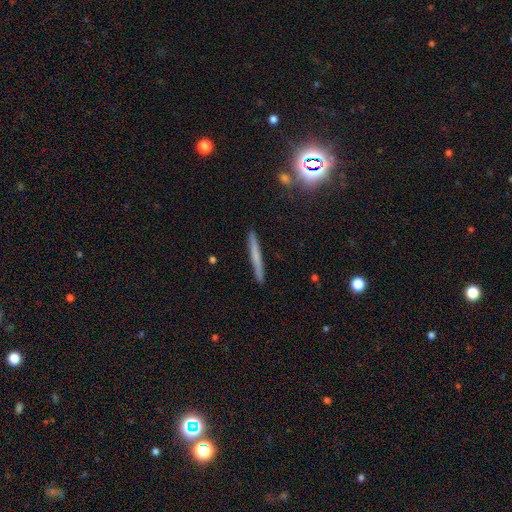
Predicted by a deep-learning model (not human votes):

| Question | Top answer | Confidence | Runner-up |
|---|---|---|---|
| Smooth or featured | smooth | 55% | featured or disk (35%) |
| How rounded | cigar-shaped | 96% | in between (2%) |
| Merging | none | 91% | minor disturbance (6%) |